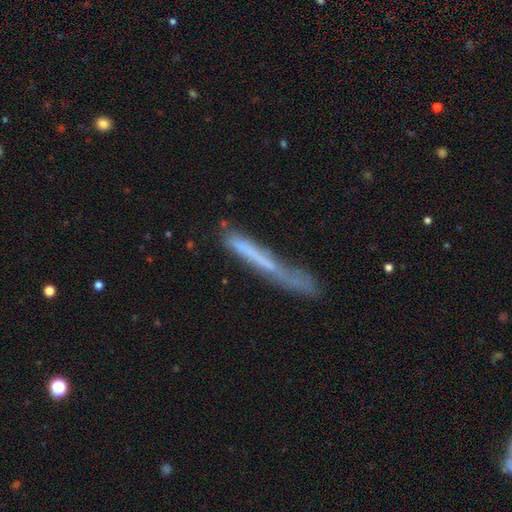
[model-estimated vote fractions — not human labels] This appears to be a smooth galaxy with no disk features (50%). Merging: none (51%).